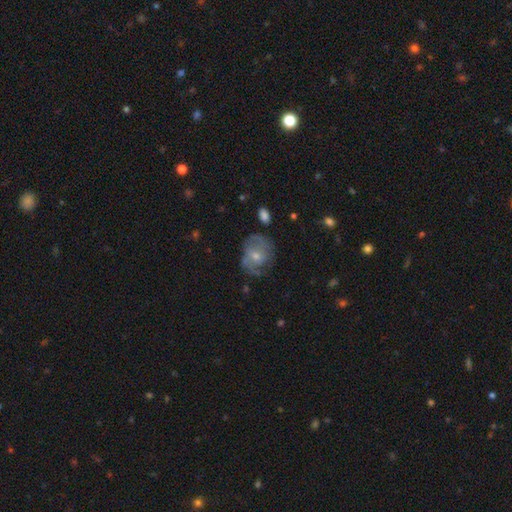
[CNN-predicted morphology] A featured or disk galaxy (65%) with no bar (64%), 2 (39%) tight (46%) spiral arms (80%) and a small central bulge (53%). Merging: none (66%).